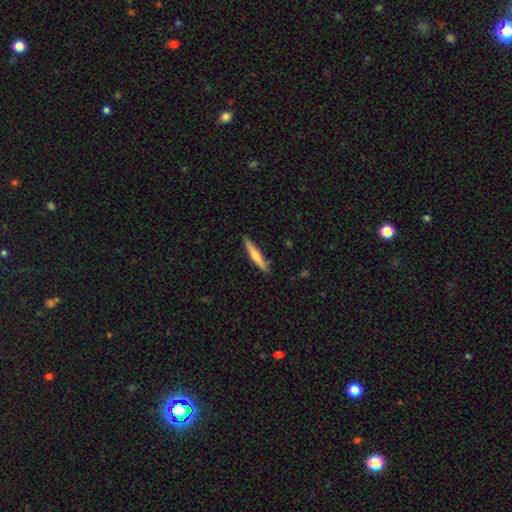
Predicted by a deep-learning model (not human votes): smooth-or-featured: smooth: 56% | featured or disk: 39% | star or artifact: 6%
  how-rounded: cigar-shaped: 92% | in between: 7% | round: 1%
  merging: none: 88% | minor disturbance: 9% | major disturbance: 2% | merger: 1%